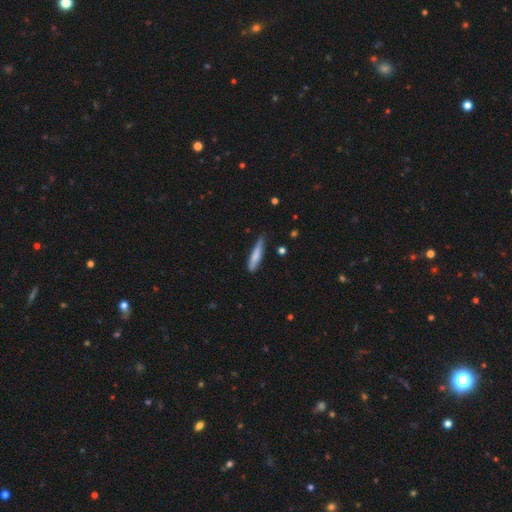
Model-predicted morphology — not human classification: Q: Smooth or featured?
A: smooth (74%); runner-up: featured or disk (20%)
Q: How rounded?
A: cigar-shaped (86%); runner-up: in between (13%)
Q: Merging?
A: none (65%); runner-up: minor disturbance (28%)